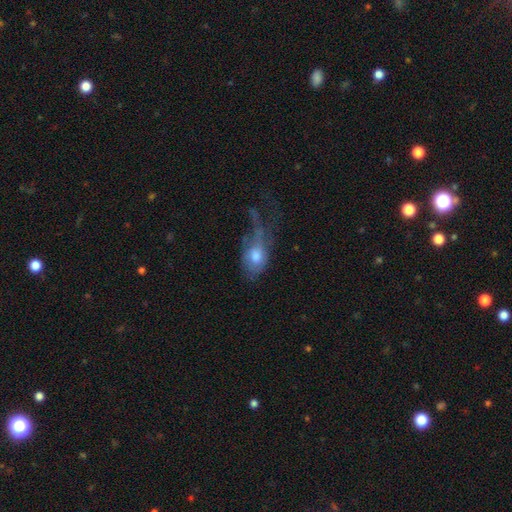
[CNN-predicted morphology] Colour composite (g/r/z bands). It shows a smooth galaxy with no disk features (56%) that is in between round and cigar-shaped (80%). Merging: major disturbance (56%).